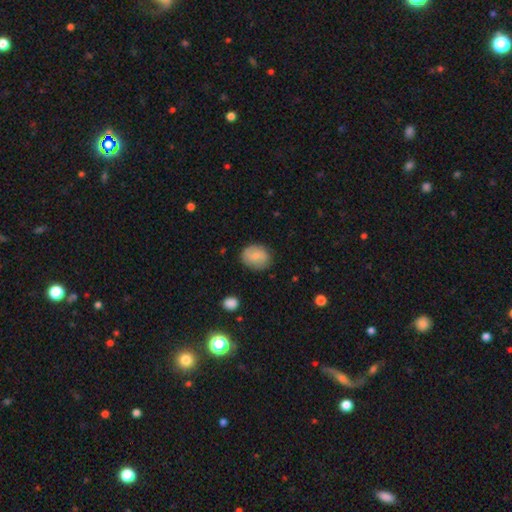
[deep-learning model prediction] smooth-or-featured: smooth: 71% | featured or disk: 22% | star or artifact: 7%
  how-rounded: round: 54% | in between: 45% | cigar-shaped: 1%
  merging: none: 81% | minor disturbance: 15% | major disturbance: 3% | merger: 1%